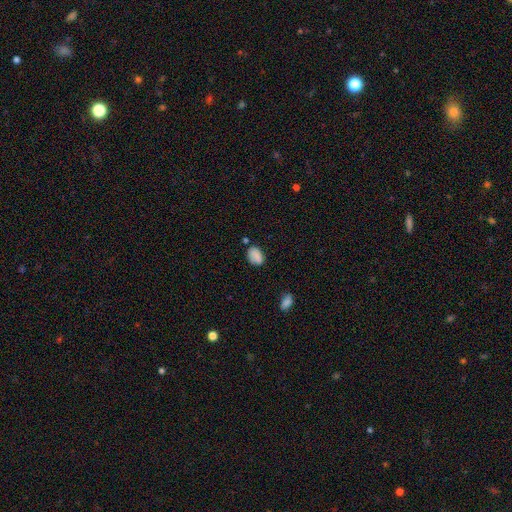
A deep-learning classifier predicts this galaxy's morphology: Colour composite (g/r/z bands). It shows a smooth galaxy with no disk features (84%) that is in between round and cigar-shaped (83%). Merging: none (68%).